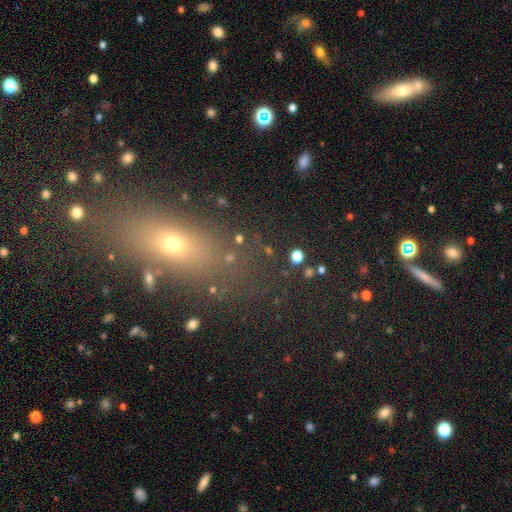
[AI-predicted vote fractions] The model was most divided on "smooth or featured": smooth: 56%, star or artifact: 28%, featured or disk: 17%. More confident: merging — none (80%); how rounded — in between (60%).